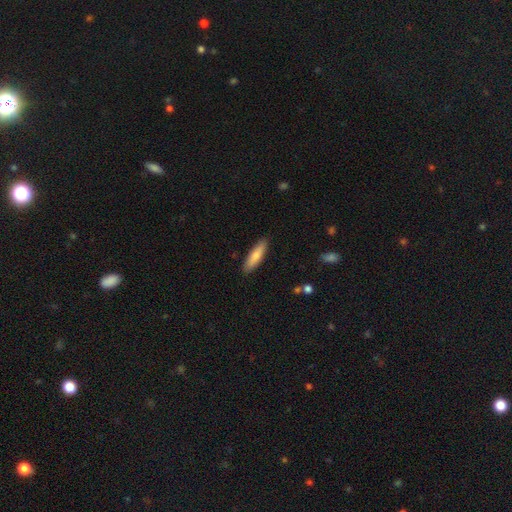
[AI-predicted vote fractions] smooth-or-featured: smooth: 74% | featured or disk: 20% | star or artifact: 5%
  how-rounded: cigar-shaped: 71% | in between: 27% | round: 2%
  merging: none: 89% | minor disturbance: 8% | major disturbance: 2% | merger: 1%